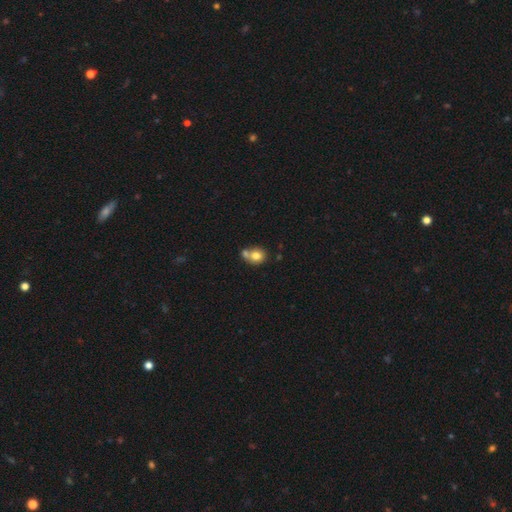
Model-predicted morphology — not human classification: Q: Smooth or featured?
A: smooth (75%); runner-up: featured or disk (15%)
Q: How rounded?
A: round (68%); runner-up: in between (31%)
Q: Merging?
A: merger (47%); runner-up: none (39%)